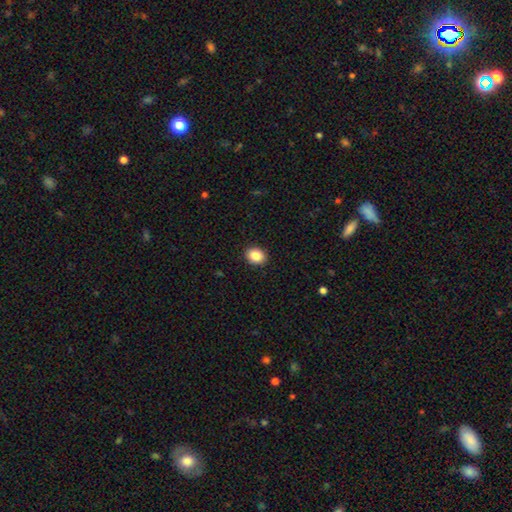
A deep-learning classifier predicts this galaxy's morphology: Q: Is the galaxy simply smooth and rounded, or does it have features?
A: smooth — 87%.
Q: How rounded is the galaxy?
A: round — 50%.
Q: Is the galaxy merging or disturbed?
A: none — 91%.